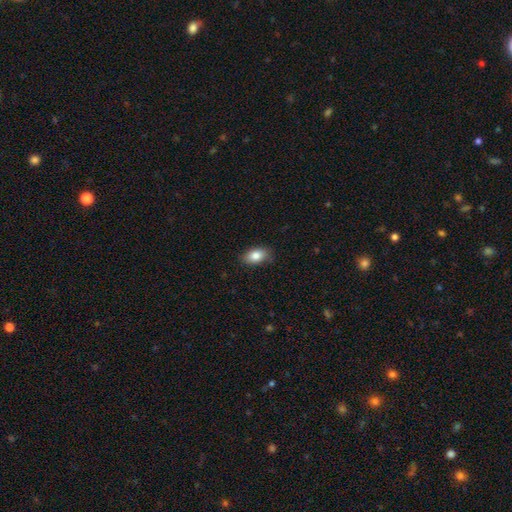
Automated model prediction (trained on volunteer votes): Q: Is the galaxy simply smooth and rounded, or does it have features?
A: smooth — 84%.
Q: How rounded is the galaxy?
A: in between — 88%.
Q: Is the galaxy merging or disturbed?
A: none — 83%.